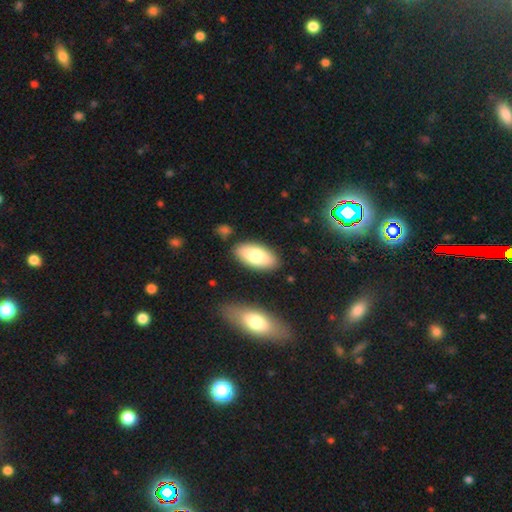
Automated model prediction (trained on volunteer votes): The model was most divided on "smooth or featured": smooth: 77%, featured or disk: 17%, star or artifact: 6%. More confident: how rounded — in between (90%); merging — none (85%).